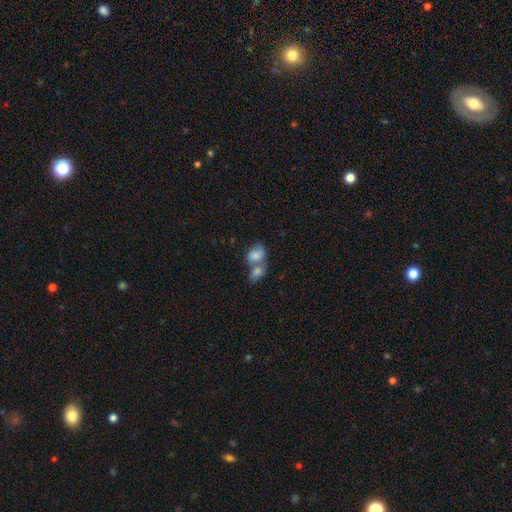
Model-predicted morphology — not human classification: smooth 73%, featured or disk 18%, star or artifact 8%. Down the decision tree: how rounded — in between (70%); merging — merger (70%).